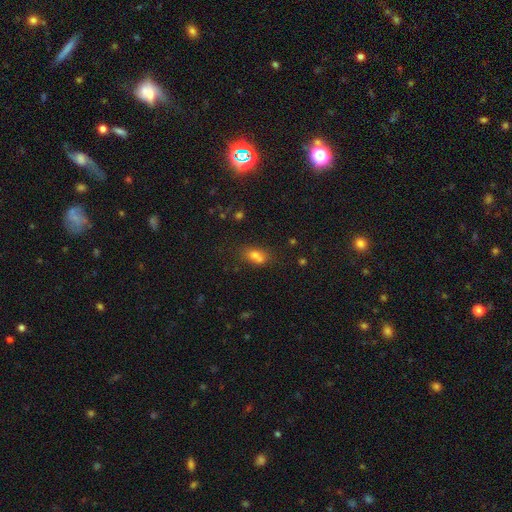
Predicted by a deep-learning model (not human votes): smooth_or_featured: smooth (p=0.70) [alt: star or artifact p=0.16]
how_rounded: in between (p=0.68) [alt: round p=0.26]
merging: merger (p=0.40) [tied with: none p=0.40]